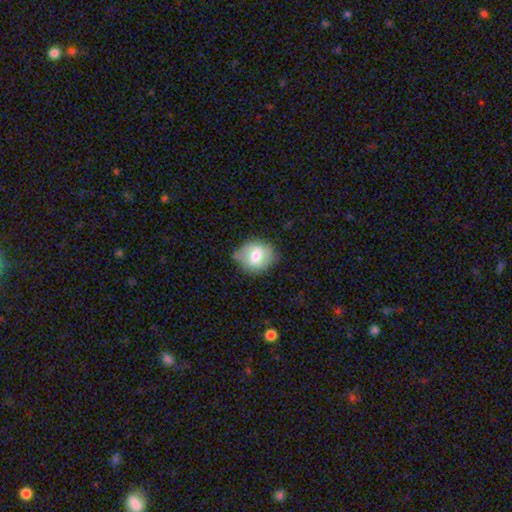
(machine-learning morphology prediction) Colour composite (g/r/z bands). It shows a smooth galaxy with no disk features (58%) that is round (62%). Merging: none (64%).